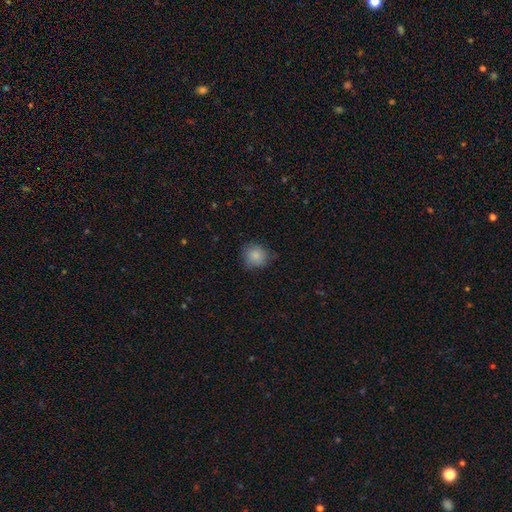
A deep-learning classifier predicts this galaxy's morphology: smooth 85%, star or artifact 9%, featured or disk 6%. Down the decision tree: how rounded — round (84%); merging — none (73%).